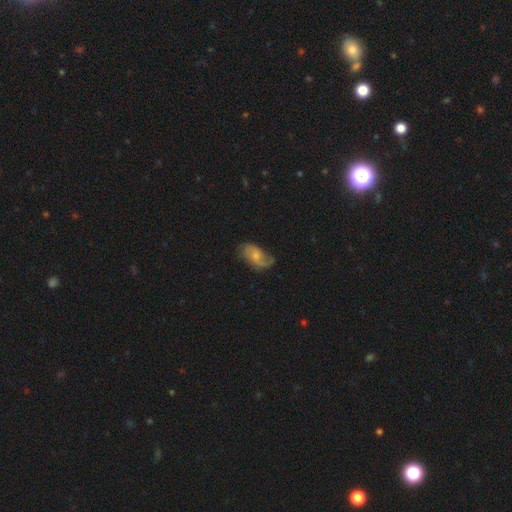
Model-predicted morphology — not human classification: Smooth or featured? Predicted: featured or disk (p=0.70). Edge-on disk? Predicted: no (p=0.96). Bar? Predicted: no (p=0.59). Spiral arms? Predicted: yes (p=0.92). Spiral winding? Predicted: loose (p=0.47). Spiral arm count? Predicted: 2 (p=0.83). Bulge size? Predicted: small (p=0.54). Merging? Predicted: none (p=0.67).